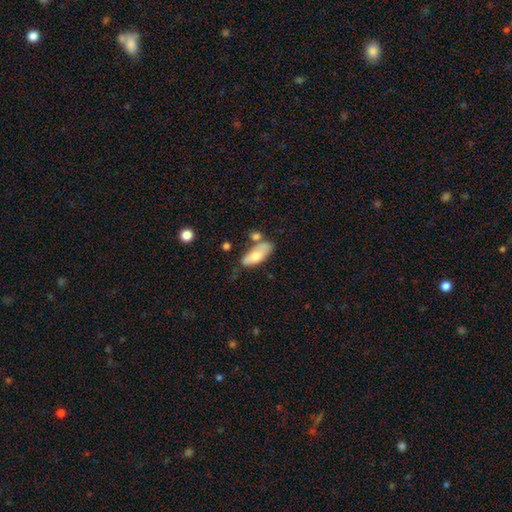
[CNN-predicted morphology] Smooth or featured? smooth (70%)
How rounded? in between (79%)
Merging? none (51%)